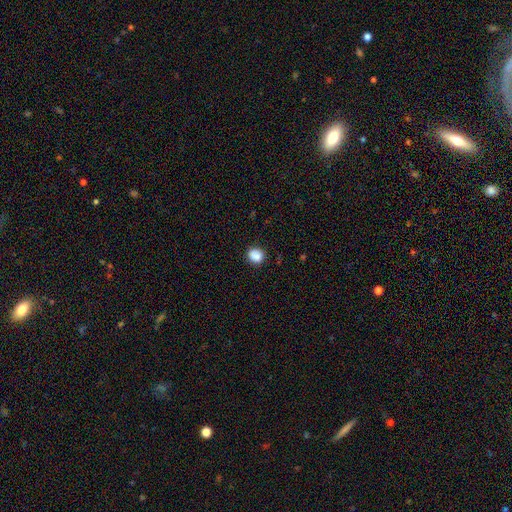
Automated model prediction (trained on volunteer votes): smooth 86%, star or artifact 10%, featured or disk 4%. Down the decision tree: how rounded — round (76%); merging — none (81%).